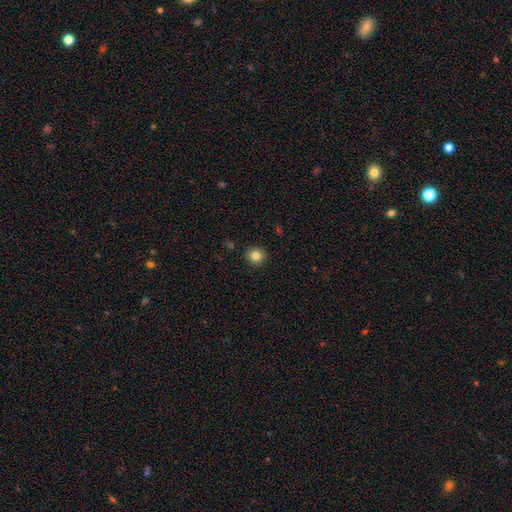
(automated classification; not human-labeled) Q: Smooth or featured?
A: smooth (84%); runner-up: star or artifact (11%)
Q: How rounded?
A: round (90%); runner-up: in between (9%)
Q: Merging?
A: none (92%); runner-up: minor disturbance (5%)